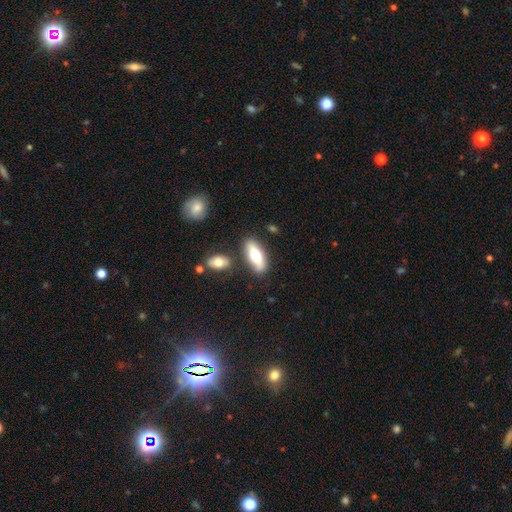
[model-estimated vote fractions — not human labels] Q: Smooth or featured?
A: smooth (63%); runner-up: featured or disk (31%)
Q: How rounded?
A: in between (70%); runner-up: cigar-shaped (27%)
Q: Merging?
A: none (76%); runner-up: minor disturbance (13%)